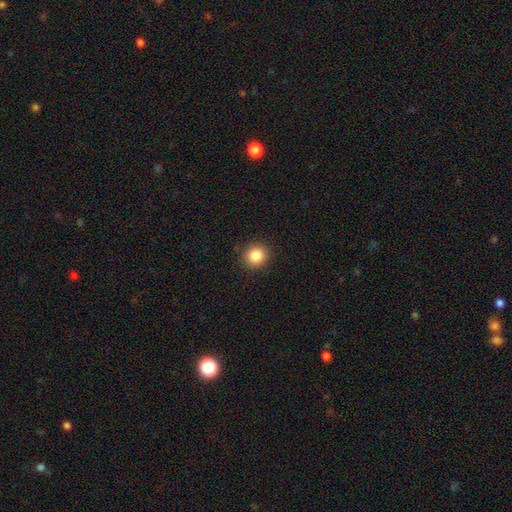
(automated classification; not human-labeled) smooth_or_featured: smooth (p=0.85) [alt: star or artifact p=0.10]
how_rounded: round (p=0.90) [alt: in between p=0.09]
merging: none (p=0.91) [alt: minor disturbance p=0.06]